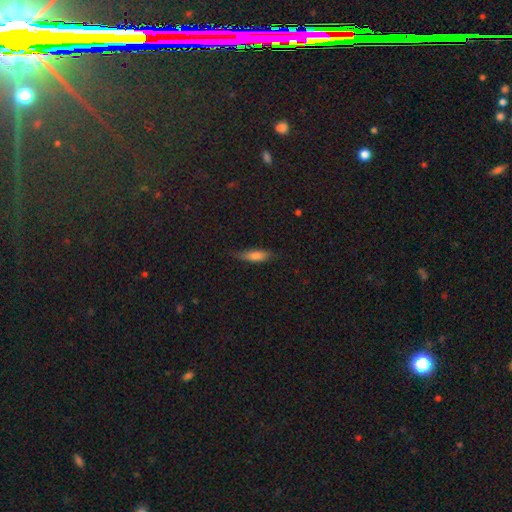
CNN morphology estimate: Overall: smooth (75%). How rounded: cigar-shaped (52%; in between 46%). Merging: none (76%).